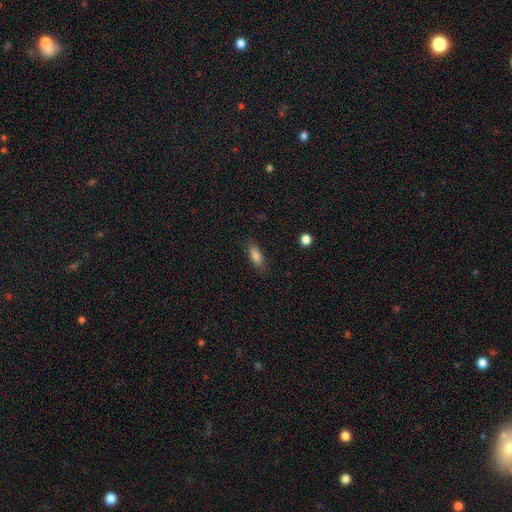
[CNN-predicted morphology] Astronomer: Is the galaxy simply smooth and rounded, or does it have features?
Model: smooth — 83%.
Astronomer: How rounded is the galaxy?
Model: in between — 64%.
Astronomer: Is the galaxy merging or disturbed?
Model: none — 84%.